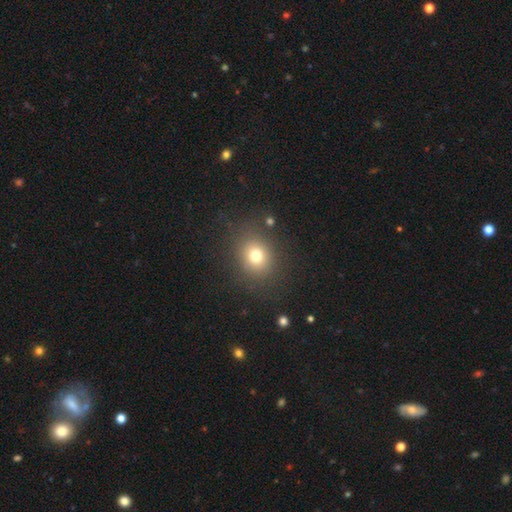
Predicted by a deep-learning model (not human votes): Overall: smooth (74%). How rounded: round (73%). Merging: none (83%).